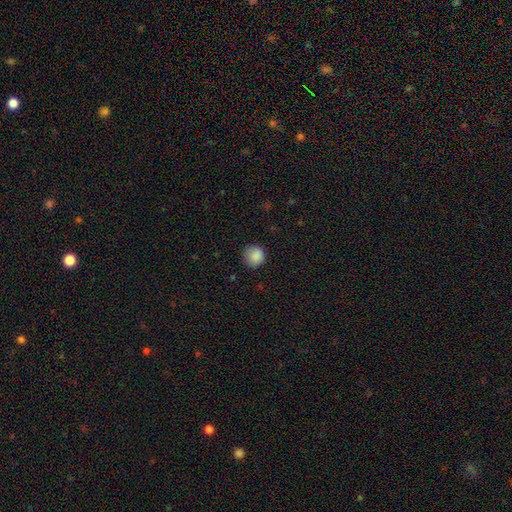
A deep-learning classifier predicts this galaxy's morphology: Smooth or featured? smooth (87%)
How rounded? round (91%)
Merging? none (82%)